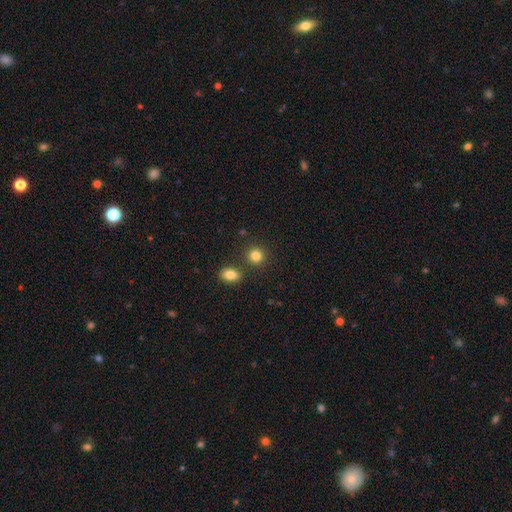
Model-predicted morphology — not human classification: Smooth or featured? smooth (84%)
How rounded? round (86%)
Merging? none (80%)